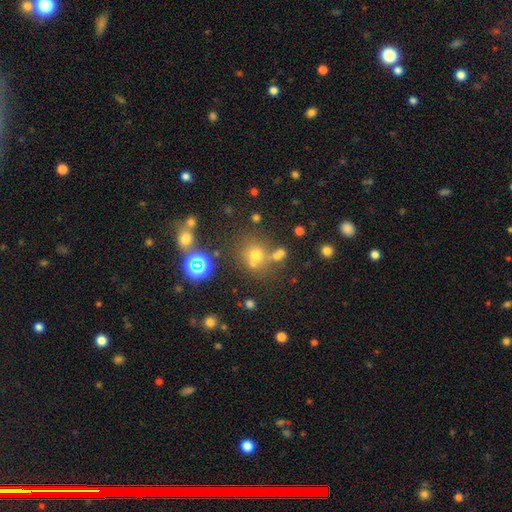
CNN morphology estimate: Smooth or featured? smooth (59%)
How rounded? round (85%)
Merging? none (66%)